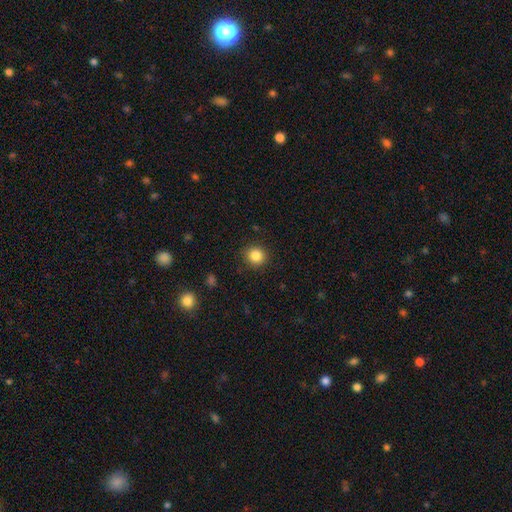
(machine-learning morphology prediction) A smooth galaxy with no disk features (85%) that is round (90%). Merging: none (89%).